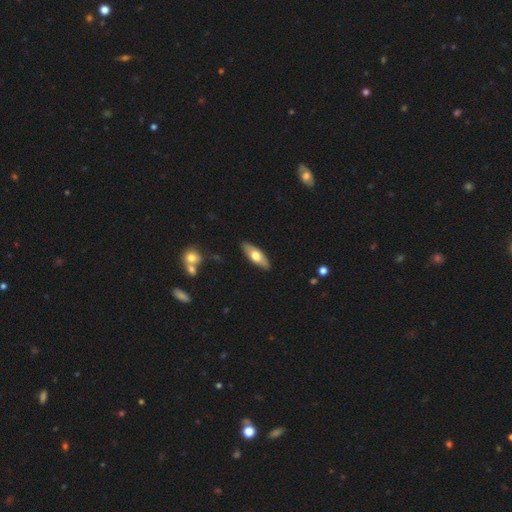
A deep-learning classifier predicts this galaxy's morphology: smooth 58%, featured or disk 36%, star or artifact 5%. Down the decision tree: how rounded — in between (67%); merging — none (87%).